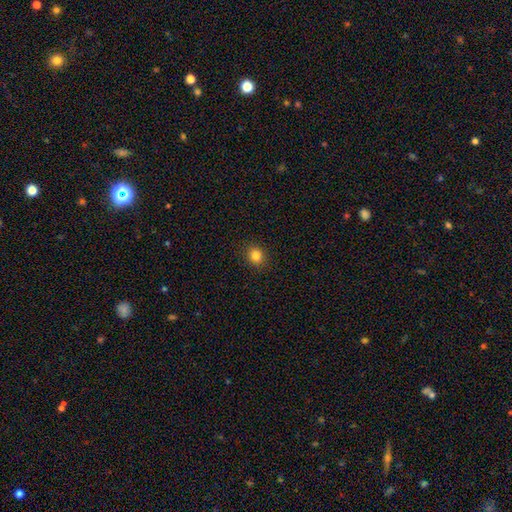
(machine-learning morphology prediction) Overall: smooth (83%). How rounded: round (70%). Merging: none (90%).